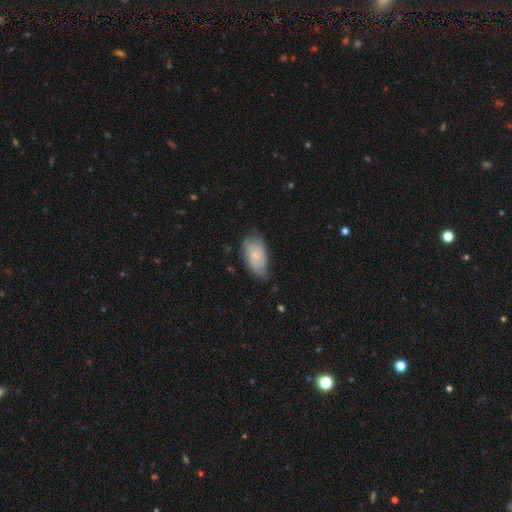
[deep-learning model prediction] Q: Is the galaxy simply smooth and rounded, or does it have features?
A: featured or disk — 47%, tied with smooth.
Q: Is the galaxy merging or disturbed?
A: none — 62%.